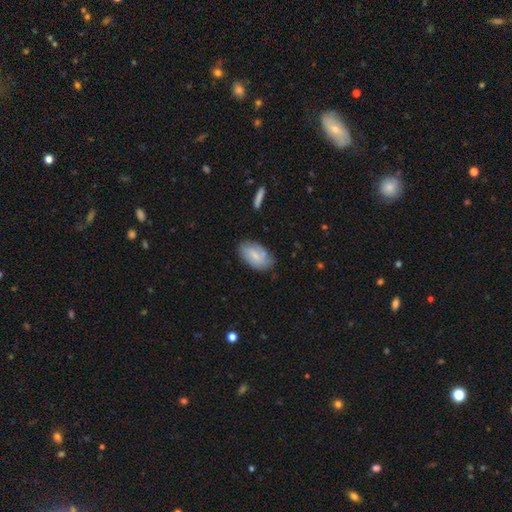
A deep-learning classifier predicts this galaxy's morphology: The model was most divided on "smooth or featured": smooth: 61%, featured or disk: 32%, star or artifact: 7%. More confident: how rounded — in between (92%); merging — none (70%).